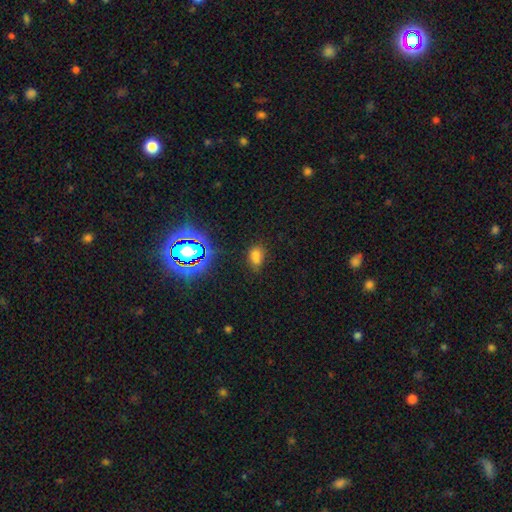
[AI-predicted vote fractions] This appears to be a smooth galaxy with no disk features (63%) that is in between round and cigar-shaped (75%). Merging: none (59%).